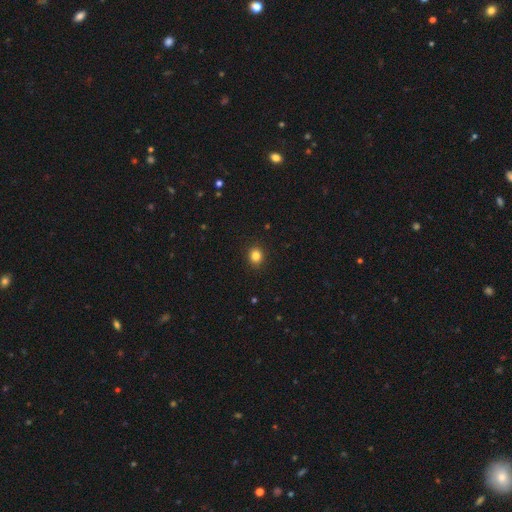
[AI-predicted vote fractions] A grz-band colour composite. It shows a smooth galaxy with no disk features (84%) that is round (71%). Merging: none (91%).